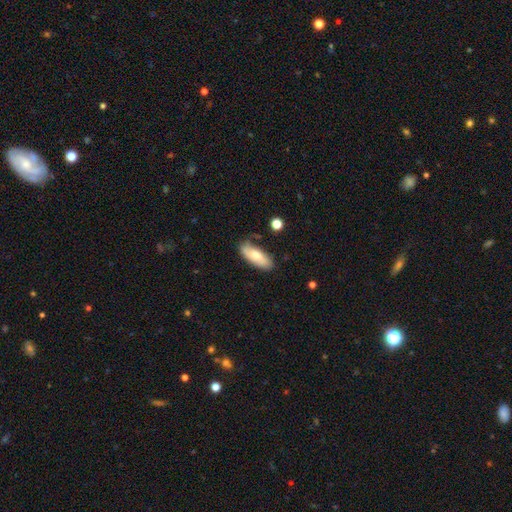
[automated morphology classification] smooth-or-featured: smooth: 67% | featured or disk: 26% | star or artifact: 6%
  how-rounded: in between: 80% | cigar-shaped: 18% | round: 2%
  merging: none: 69% | minor disturbance: 23% | major disturbance: 5% | merger: 3%